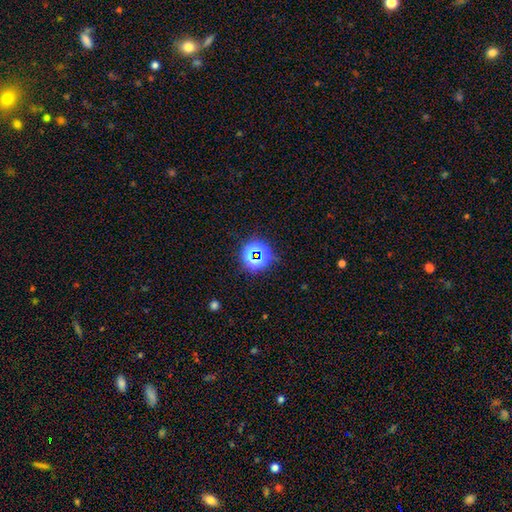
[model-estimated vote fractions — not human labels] Q: Smooth or featured?
A: star or artifact (67%); runner-up: smooth (23%)